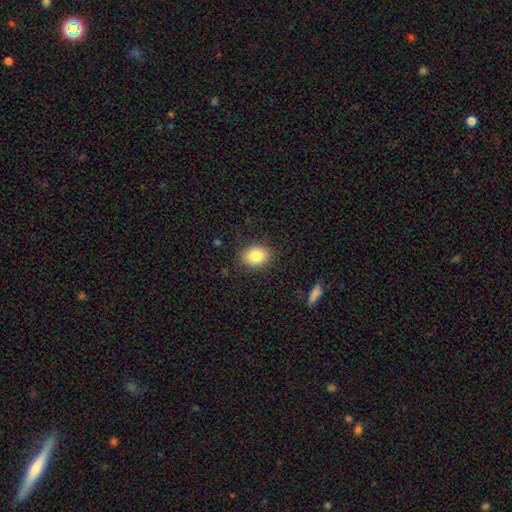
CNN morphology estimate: smooth_or_featured: smooth (p=0.86) [alt: star or artifact p=0.08]
how_rounded: in between (p=0.61) [alt: round p=0.38]
merging: none (p=0.86) [alt: minor disturbance p=0.09]